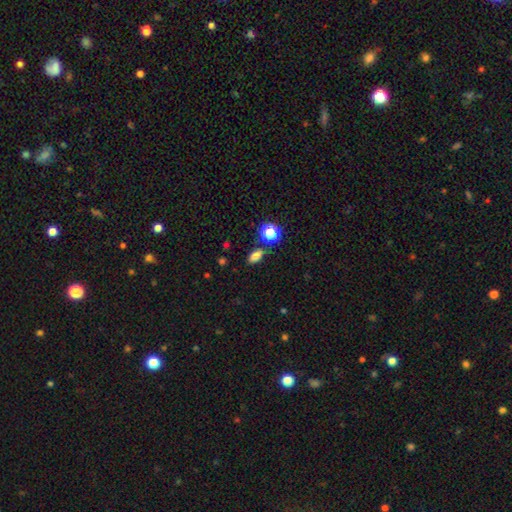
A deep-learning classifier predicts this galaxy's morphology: smooth 78%, star or artifact 15%, featured or disk 7%. Down the decision tree: how rounded — in between (81%); merging — none (80%).